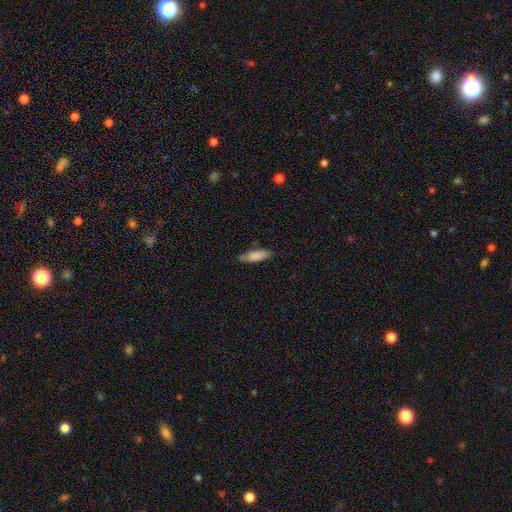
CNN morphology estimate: A smooth galaxy with no disk features (82%) that is cigar-shaped (53%). Merging: none (72%).